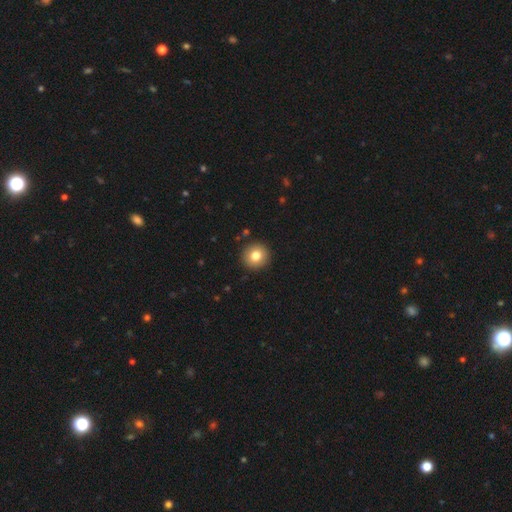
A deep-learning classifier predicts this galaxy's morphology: Smooth or featured?
  - smooth: 79% *
  - featured or disk: 11%
  - star or artifact: 10%
How rounded?
  - round: 94% *
  - in between: 5%
  - cigar-shaped: 1%
Merging?
  - none: 92% *
  - minor disturbance: 5%
  - major disturbance: 2%
  - merger: 1%